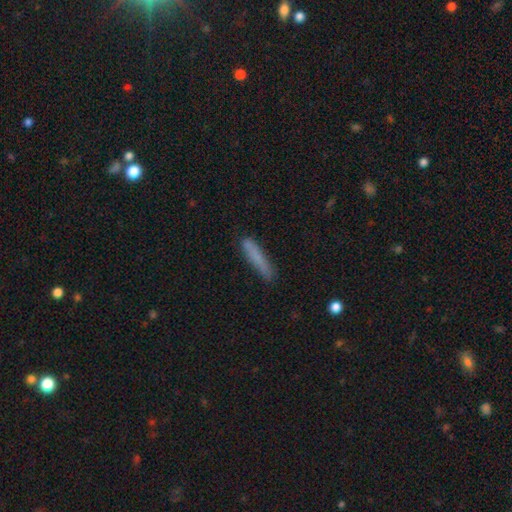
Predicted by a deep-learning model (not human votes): A smooth galaxy with no disk features (78%) that is cigar-shaped (92%).

Vote fractions:
- Smooth or featured? smooth: 78% / featured or disk: 15% / star or artifact: 7%
- How rounded? cigar-shaped: 92% / in between: 6% / round: 1%
- Merging? none: 80% / minor disturbance: 15% / major disturbance: 3% / merger: 2%